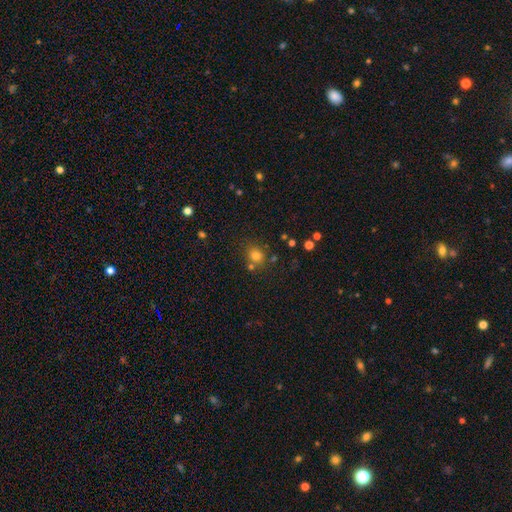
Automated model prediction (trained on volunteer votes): A smooth galaxy with no disk features (76%) that is round (76%). Merging: none (71%).